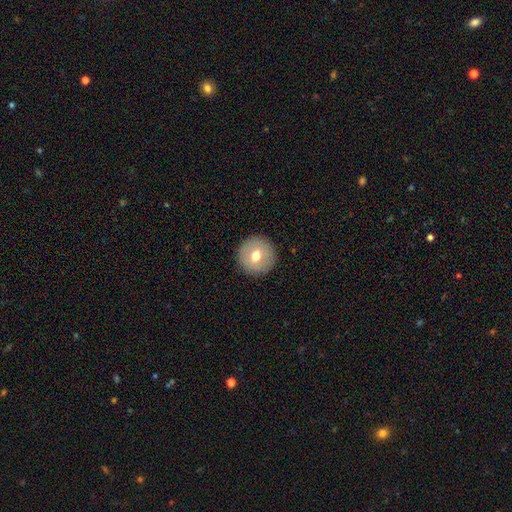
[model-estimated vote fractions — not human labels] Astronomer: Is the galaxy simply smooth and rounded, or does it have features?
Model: smooth — 67%.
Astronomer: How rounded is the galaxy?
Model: round — 96%.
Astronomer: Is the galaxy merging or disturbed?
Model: none — 91%.